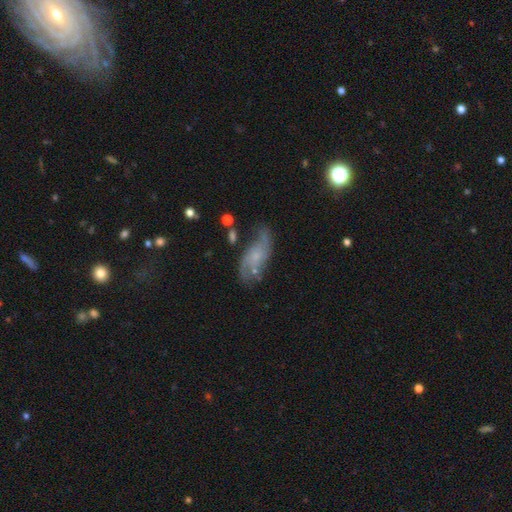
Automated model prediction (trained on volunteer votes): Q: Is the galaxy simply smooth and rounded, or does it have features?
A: featured or disk — 67%.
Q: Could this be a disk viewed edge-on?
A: no — 92%.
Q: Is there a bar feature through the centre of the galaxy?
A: no — 71%.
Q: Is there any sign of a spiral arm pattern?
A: yes — 86%.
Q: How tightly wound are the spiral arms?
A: loose — 53%.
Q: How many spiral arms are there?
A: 2 — 77%.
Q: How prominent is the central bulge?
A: small — 63%.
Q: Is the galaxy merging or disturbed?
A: none — 57%.